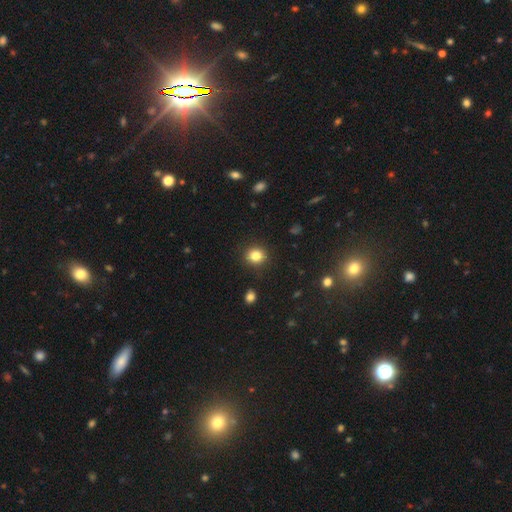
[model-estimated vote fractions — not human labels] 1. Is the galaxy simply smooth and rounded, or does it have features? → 83% smooth, 11% star or artifact, 6% featured or disk.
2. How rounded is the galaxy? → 81% round, 18% in between, 1% cigar-shaped.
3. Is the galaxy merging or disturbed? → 89% none, 7% minor disturbance, 2% major disturbance, 1% merger.